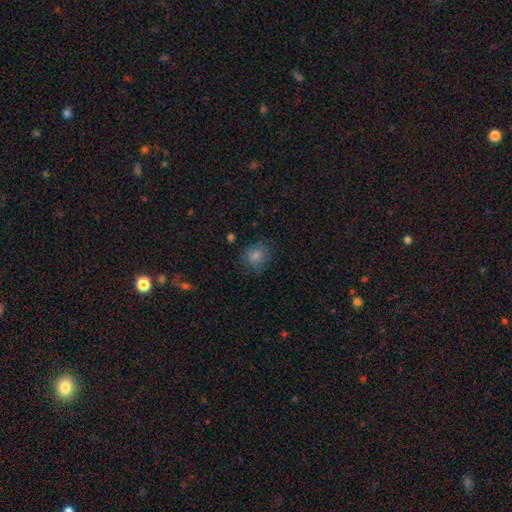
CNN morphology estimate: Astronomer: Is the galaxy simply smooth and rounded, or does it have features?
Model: smooth — 83%.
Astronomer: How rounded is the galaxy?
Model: round — 77%.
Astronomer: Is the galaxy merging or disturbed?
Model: none — 76%.